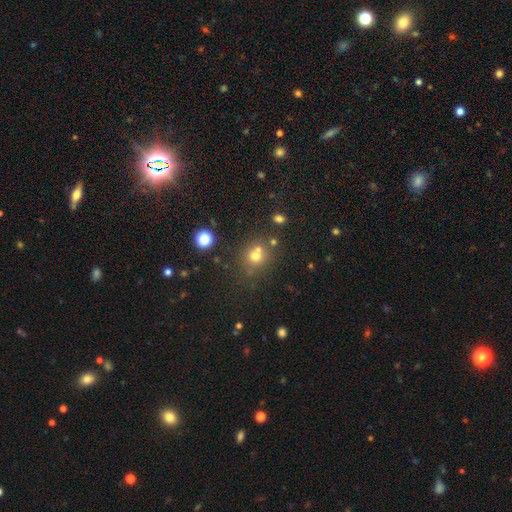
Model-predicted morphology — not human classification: Overall: smooth (66%). How rounded: round (84%). Merging: none (58%; merger 28%).